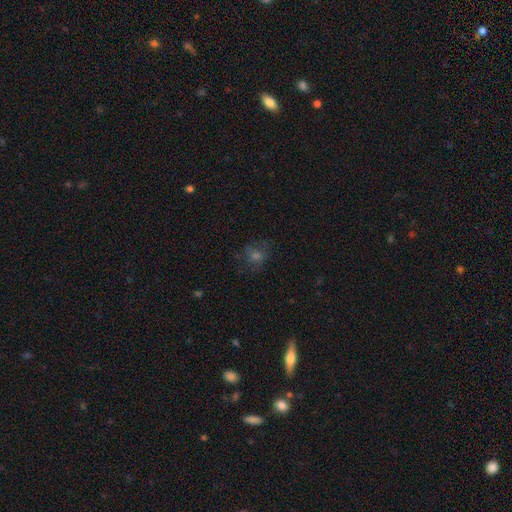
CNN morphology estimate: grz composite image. It shows a smooth galaxy with no disk features (49%). Merging: none (69%).